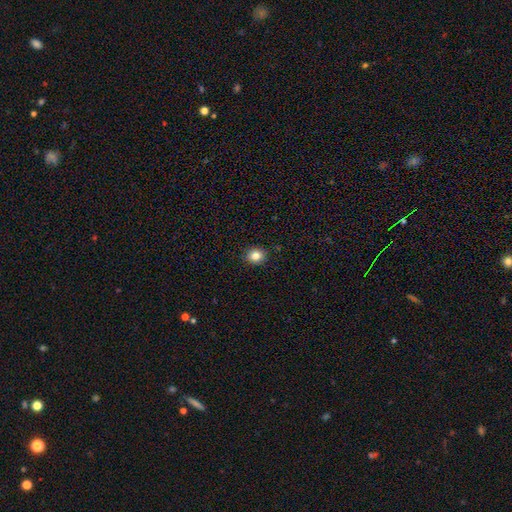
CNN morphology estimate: type=smooth (82%); roundness=round (75%); merging=none (90%).